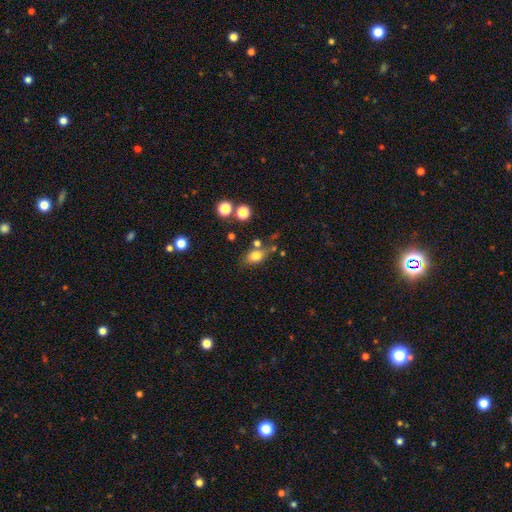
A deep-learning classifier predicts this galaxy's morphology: This is likely a smooth galaxy (77%). How rounded: likely in between (71%). Merging: likely none (60%).